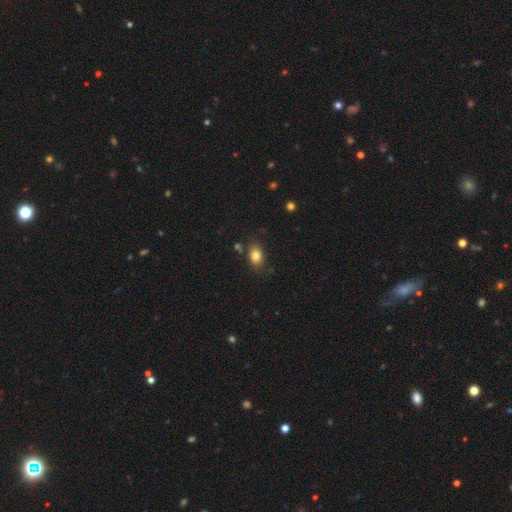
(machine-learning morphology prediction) smooth 82%, star or artifact 9%, featured or disk 9%. Down the decision tree: how rounded — in between (81%); merging — none (76%).